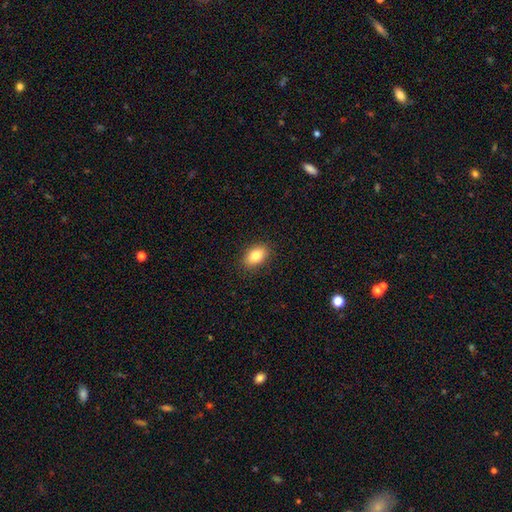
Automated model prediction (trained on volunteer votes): smooth_or_featured: smooth (p=0.83) [alt: featured or disk p=0.09]
how_rounded: in between (p=0.87) [alt: round p=0.11]
merging: none (p=0.88) [alt: minor disturbance p=0.08]